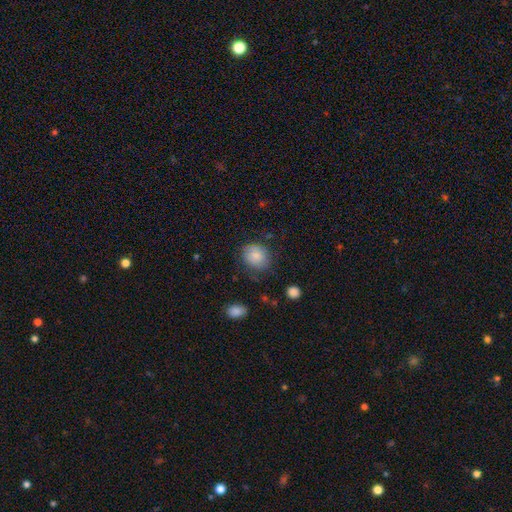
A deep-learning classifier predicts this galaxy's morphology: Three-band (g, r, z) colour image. It shows a smooth galaxy with no disk features (82%) that is round (65%). Merging: none (74%).